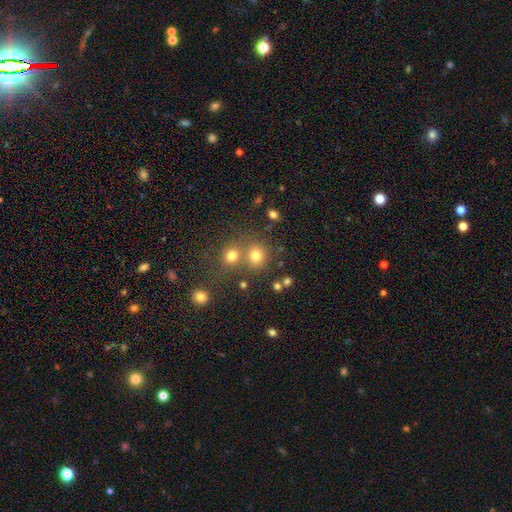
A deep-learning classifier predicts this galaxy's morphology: A smooth galaxy with no disk features (75%) that is round (84%).

Vote fractions:
- Smooth or featured? smooth: 75% / star or artifact: 17% / featured or disk: 8%
- How rounded? round: 84% / in between: 15% / cigar-shaped: 1%
- Merging? none: 59% / merger: 29% / minor disturbance: 8% / major disturbance: 4%